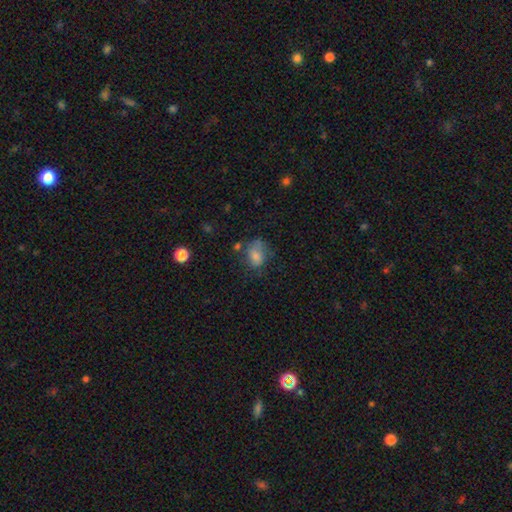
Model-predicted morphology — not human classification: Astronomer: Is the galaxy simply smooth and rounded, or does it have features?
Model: smooth — 67%.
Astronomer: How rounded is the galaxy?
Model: in between — 59% (runner-up: round, 39%).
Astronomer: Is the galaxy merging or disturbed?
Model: none — 49% (runner-up: minor disturbance, 28%).